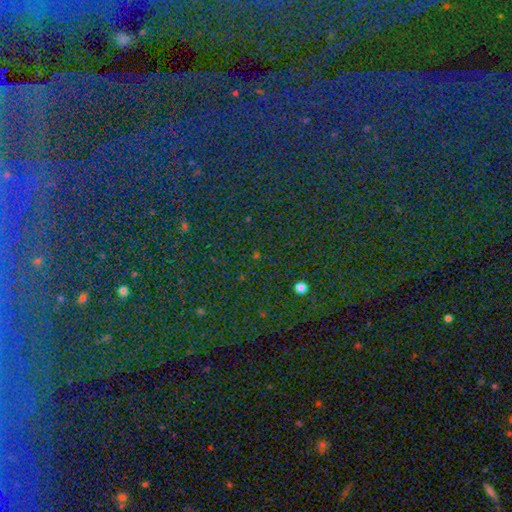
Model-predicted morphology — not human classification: smooth_or_featured: star or artifact (p=0.83) [alt: smooth p=0.09]